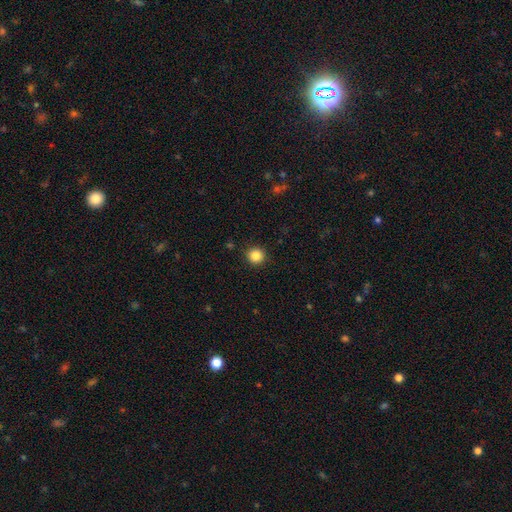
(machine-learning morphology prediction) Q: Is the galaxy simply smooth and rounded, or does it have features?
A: smooth — 86%.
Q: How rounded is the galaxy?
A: round — 94%.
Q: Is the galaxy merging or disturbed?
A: none — 91%.